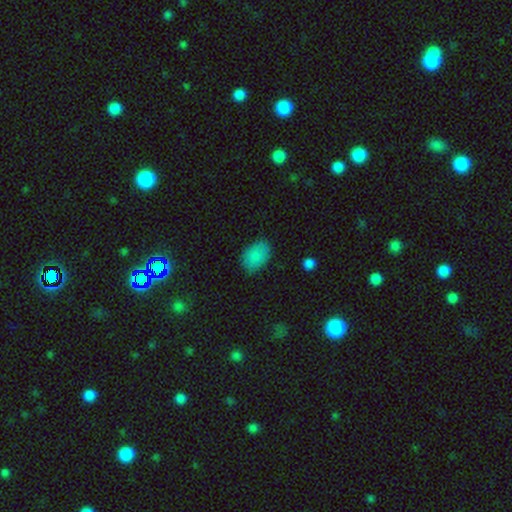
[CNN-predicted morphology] smooth-or-featured: smooth: 85% | star or artifact: 9% | featured or disk: 6%
  how-rounded: in between: 85% | round: 14% | cigar-shaped: 1%
  merging: none: 74% | minor disturbance: 20% | major disturbance: 4% | merger: 1%